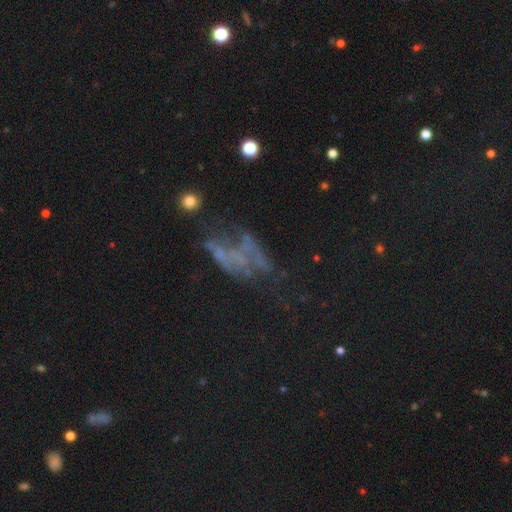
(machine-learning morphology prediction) smooth-or-featured: featured or disk: 49% | star or artifact: 29% | smooth: 22%
  merging: major disturbance: 42% | none: 30% | minor disturbance: 17% | merger: 12%